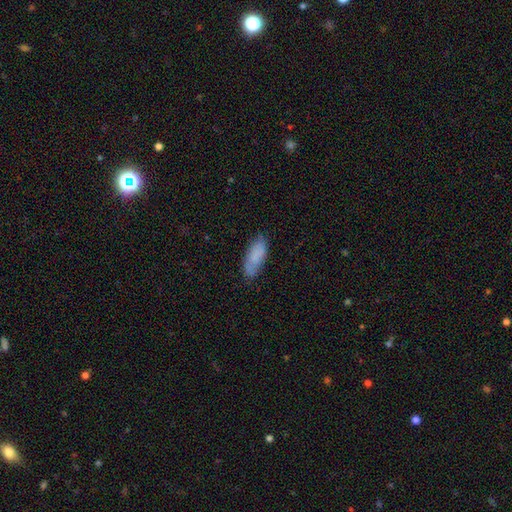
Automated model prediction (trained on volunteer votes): Smooth or featured: smooth — 77% (featured or disk — 16%)
How rounded: in between — 76% (cigar-shaped — 22%)
Merging: none — 74% (minor disturbance — 20%)